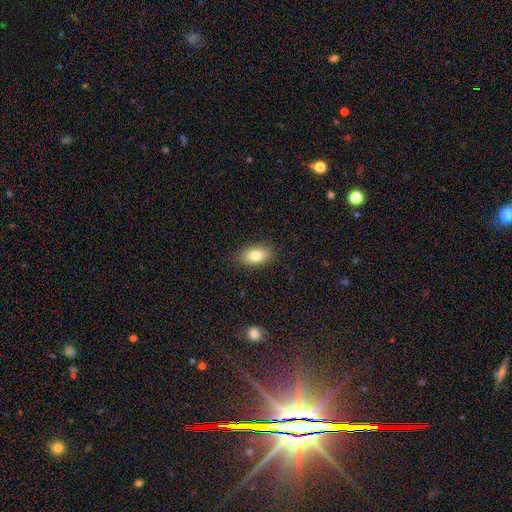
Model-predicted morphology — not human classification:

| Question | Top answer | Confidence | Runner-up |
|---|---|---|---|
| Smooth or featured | smooth | 81% | featured or disk (11%) |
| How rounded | in between | 90% | round (7%) |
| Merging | none | 88% | minor disturbance (9%) |